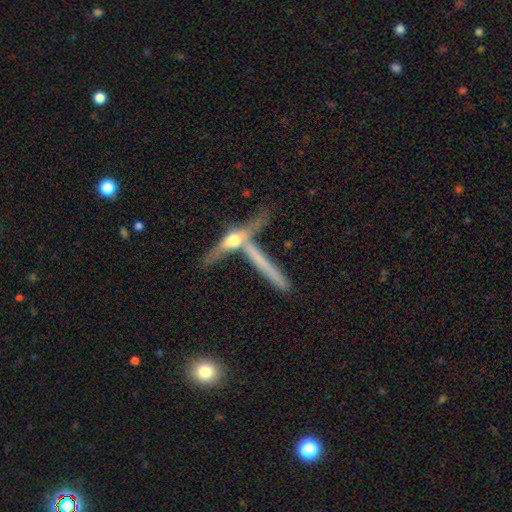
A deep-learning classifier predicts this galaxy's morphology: A featured or disk galaxy (64%) viewed edge-on (90%) with a rounded central bulge (58%). Merging: none (57%).